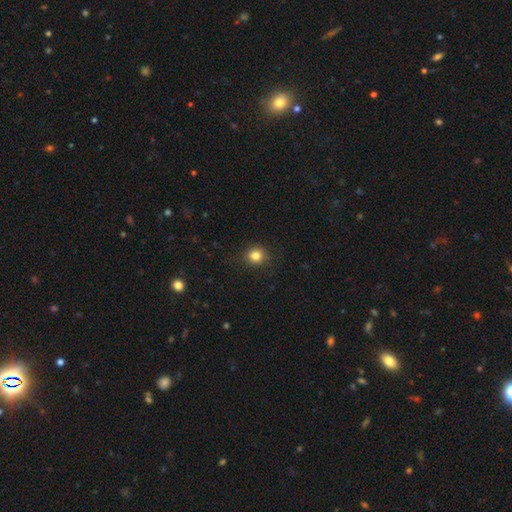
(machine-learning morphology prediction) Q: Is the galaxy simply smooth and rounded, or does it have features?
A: smooth — 83%.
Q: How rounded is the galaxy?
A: round — 85%.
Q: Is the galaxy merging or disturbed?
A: none — 88%.